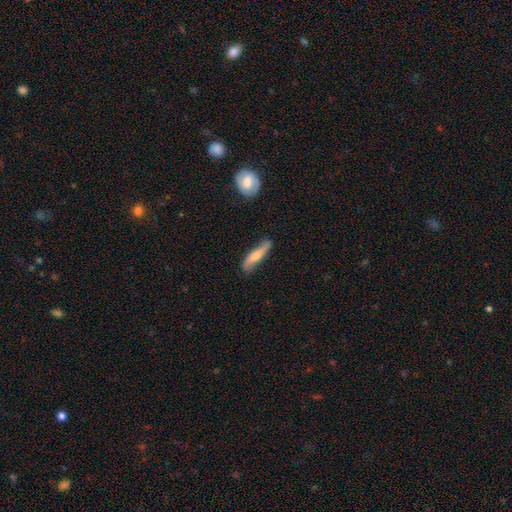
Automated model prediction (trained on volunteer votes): A smooth galaxy with no disk features (53%) that is cigar-shaped (76%). Merging: none (70%).